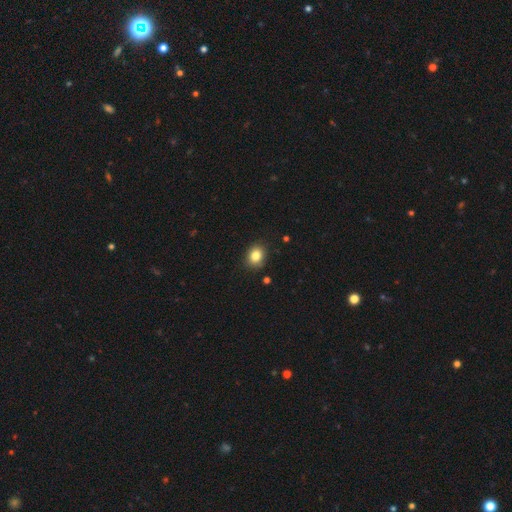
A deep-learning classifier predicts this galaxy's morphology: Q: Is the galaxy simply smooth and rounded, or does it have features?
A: smooth — 84%.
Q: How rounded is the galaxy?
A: round — 57%.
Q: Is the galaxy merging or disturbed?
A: none — 86%.